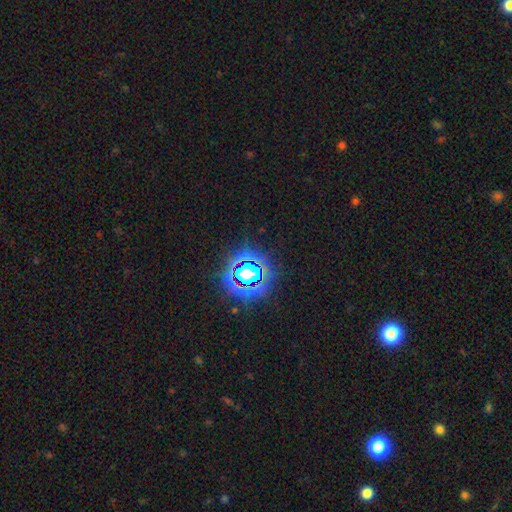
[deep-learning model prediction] This appears to be a star or artifact, not a galaxy (82%).